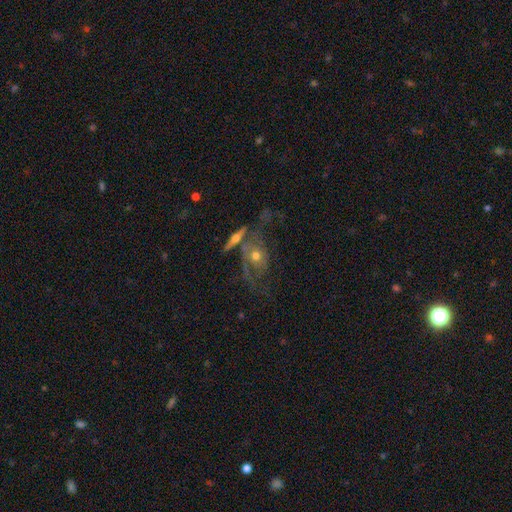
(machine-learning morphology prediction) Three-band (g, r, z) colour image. It shows a featured or disk galaxy (67%) with no bar (82%), spiral arms (63%) and a moderate central bulge (62%). Merging: none (36%).